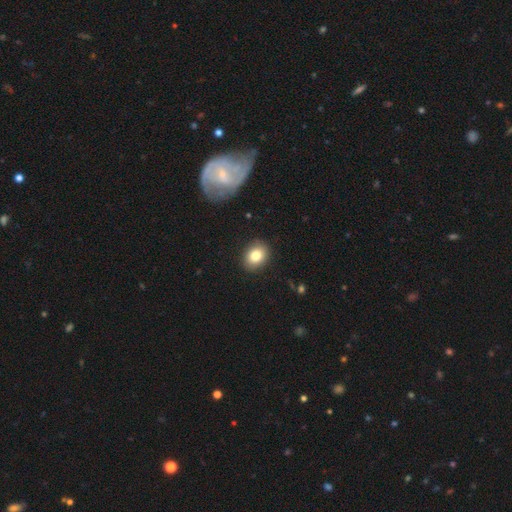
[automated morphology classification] A smooth galaxy with no disk features (82%) that is in between round and cigar-shaped (56%).

Vote fractions:
- Smooth or featured? smooth: 82% / featured or disk: 9% / star or artifact: 9%
- How rounded? in between: 56% / round: 43% / cigar-shaped: 1%
- Merging? none: 88% / minor disturbance: 9% / major disturbance: 2% / merger: 1%